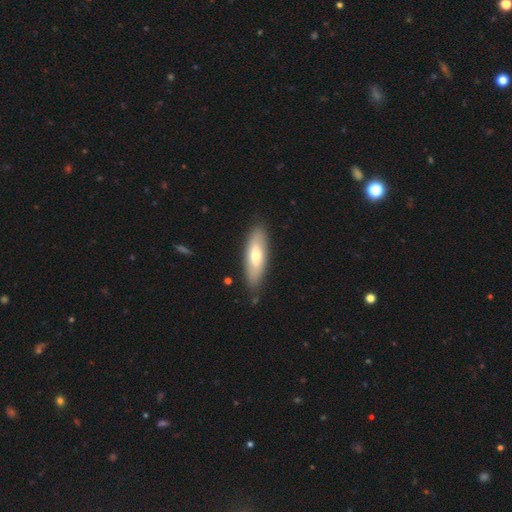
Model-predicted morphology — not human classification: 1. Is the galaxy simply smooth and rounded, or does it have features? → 59% smooth, 36% featured or disk, 5% star or artifact.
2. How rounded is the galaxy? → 65% in between, 33% cigar-shaped, 2% round.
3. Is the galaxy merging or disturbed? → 84% none, 12% minor disturbance, 2% major disturbance, 2% merger.